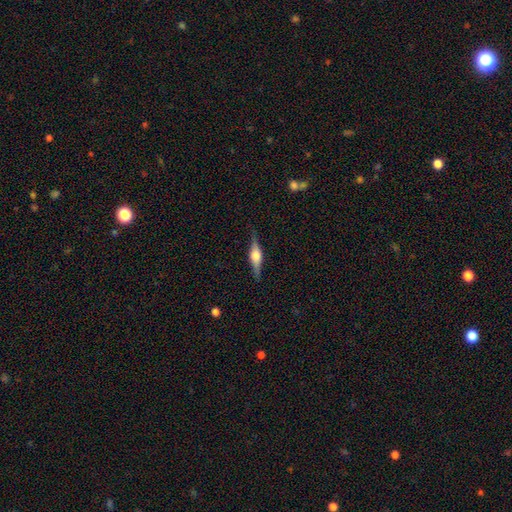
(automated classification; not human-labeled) featured or disk 72%, smooth 22%, star or artifact 6%. Down the decision tree: edge-on disk — yes (97%); edge-on bulge — rounded (89%); merging — none (87%).